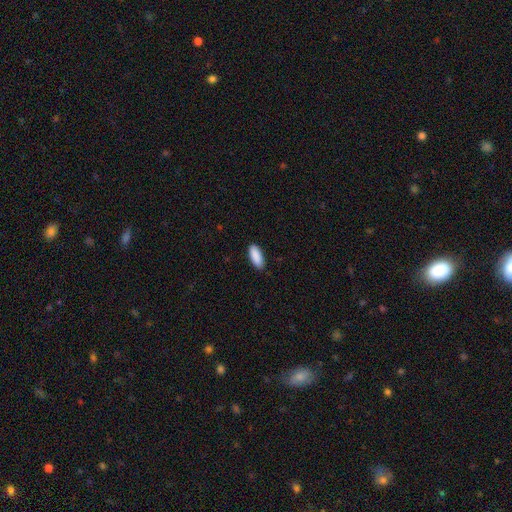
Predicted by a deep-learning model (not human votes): Smooth or featured? smooth (91%)
How rounded? in between (78%)
Merging? none (88%)